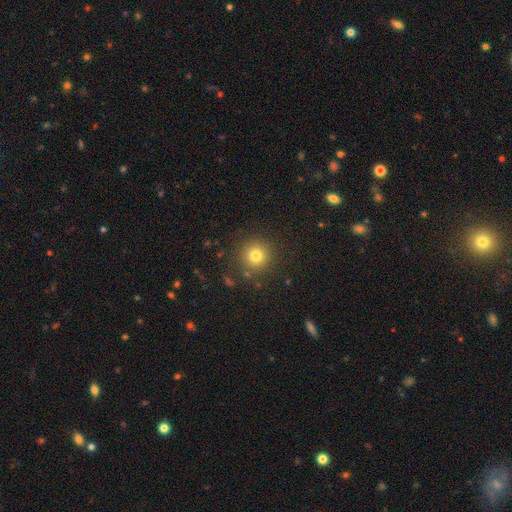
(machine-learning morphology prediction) Overall: smooth (78%). How rounded: round (94%). Merging: none (87%).